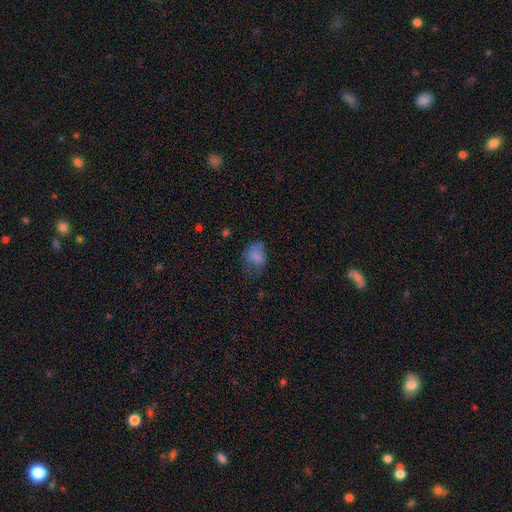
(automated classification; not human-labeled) A smooth galaxy with no disk features (74%) that is in between round and cigar-shaped (67%). Merging: none (39%).